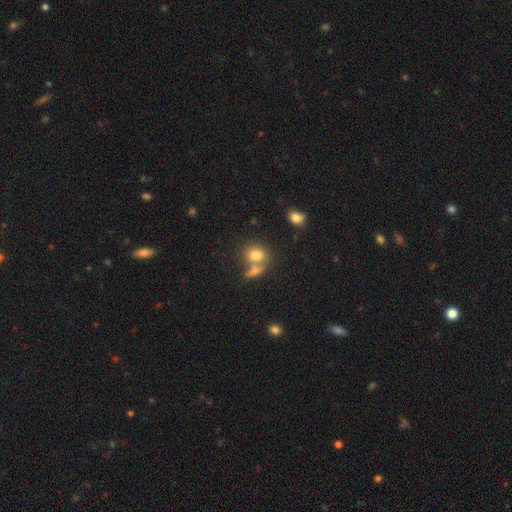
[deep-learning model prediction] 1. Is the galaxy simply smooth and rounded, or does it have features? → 76% smooth, 12% featured or disk, 11% star or artifact.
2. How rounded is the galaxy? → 50% in between, 47% round, 2% cigar-shaped.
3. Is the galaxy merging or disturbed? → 42% merger (tied), 42% none (tied), 10% minor disturbance, 5% major disturbance.